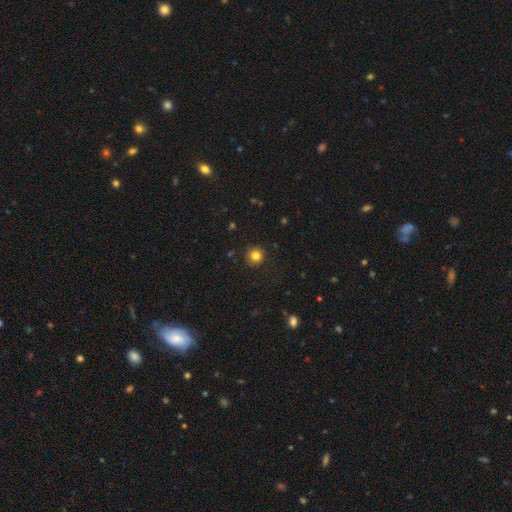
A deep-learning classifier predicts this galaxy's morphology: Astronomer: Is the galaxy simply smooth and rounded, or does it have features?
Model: smooth — 82%.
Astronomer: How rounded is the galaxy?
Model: round — 95%.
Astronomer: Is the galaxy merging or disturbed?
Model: none — 91%.